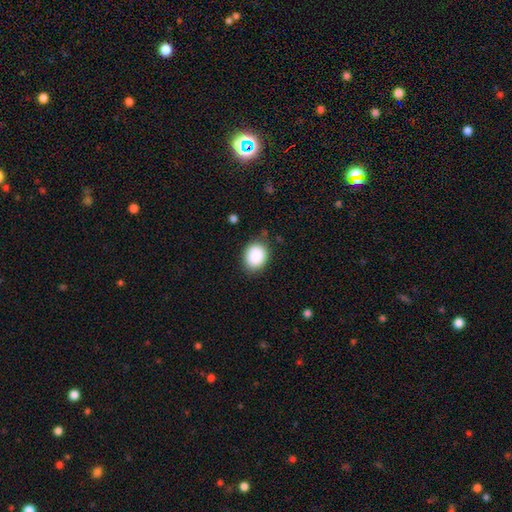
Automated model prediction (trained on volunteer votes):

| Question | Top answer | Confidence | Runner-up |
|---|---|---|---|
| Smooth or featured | smooth | 89% | star or artifact (8%) |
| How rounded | round | 57% | in between (42%) |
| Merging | none | 84% | minor disturbance (12%) |